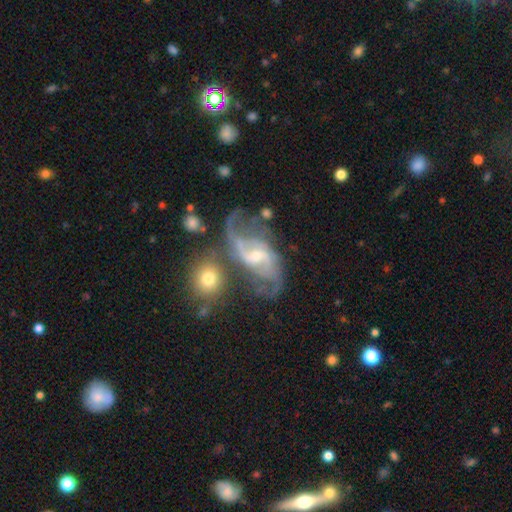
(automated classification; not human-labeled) Morphology: type=featured or disk (85%); edge-on=no (95%); bar=weak (49%); spiral arms=yes (94%); winding=loose (47%); arm count=2 (72%); bulge=small (52%); merging=none (48%).